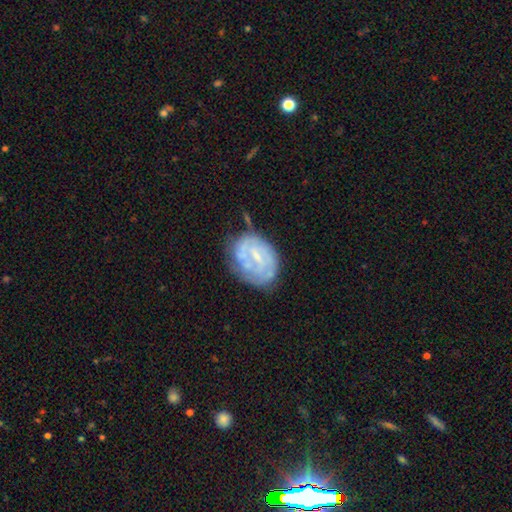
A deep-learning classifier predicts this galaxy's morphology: Q: Smooth or featured?
A: featured or disk (67%); runner-up: smooth (24%)
Q: Edge-on disk?
A: no (97%); runner-up: yes (3%)
Q: Bar?
A: weak (48%); runner-up: no (37%)
Q: Spiral arms?
A: yes (68%); runner-up: no (32%)
Q: Bulge size?
A: small (58%); runner-up: moderate (21%)
Q: Merging?
A: none (59%); runner-up: minor disturbance (25%)